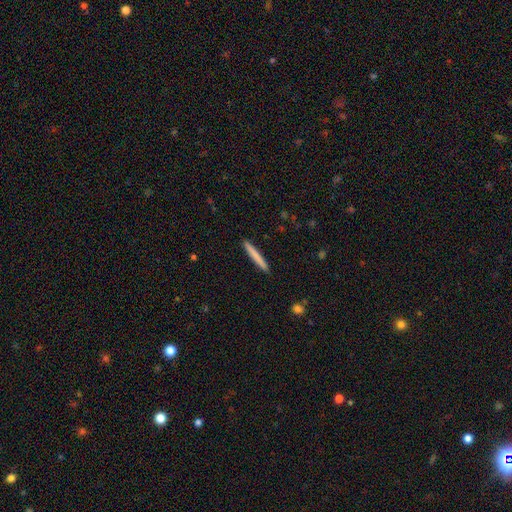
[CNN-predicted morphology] This is likely a smooth galaxy (76%). How rounded: clearly cigar-shaped (97%). Merging: clearly none (92%).